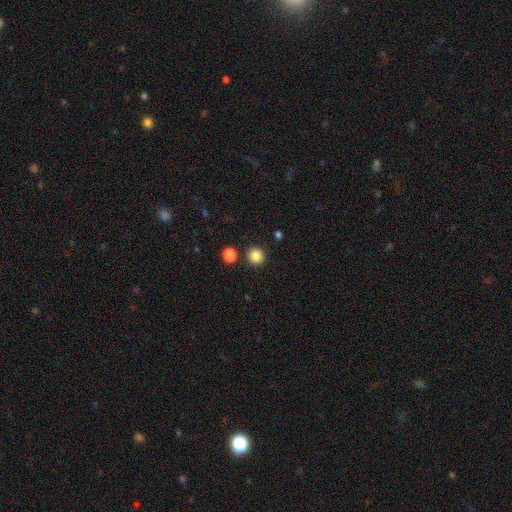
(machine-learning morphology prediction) This appears to be a smooth galaxy with no disk features (85%) that is round (91%). Merging: none (88%).